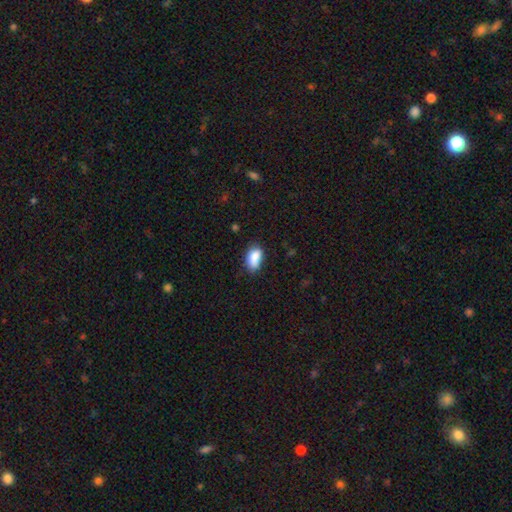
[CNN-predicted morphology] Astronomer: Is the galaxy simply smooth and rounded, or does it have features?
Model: smooth — 85%.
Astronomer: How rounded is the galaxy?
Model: in between — 90%.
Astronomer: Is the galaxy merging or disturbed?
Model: none — 62%.